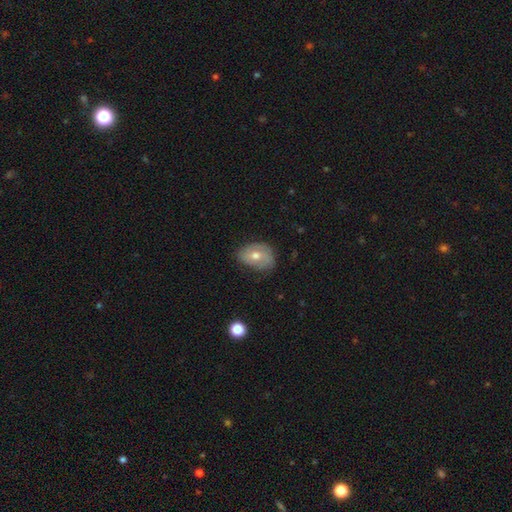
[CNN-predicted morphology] Smooth or featured: smooth — 46% (featured or disk — 45%)
Merging: none — 61% (minor disturbance — 30%)